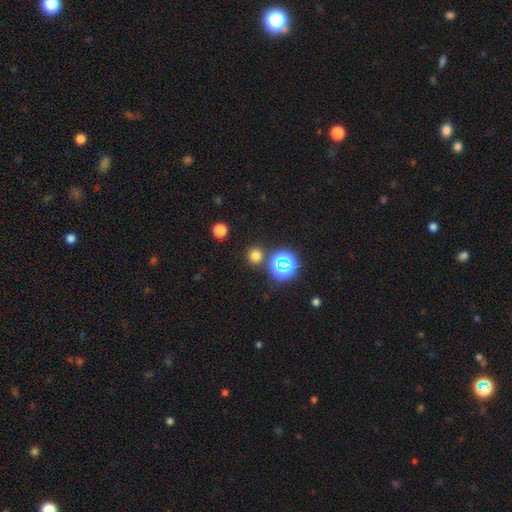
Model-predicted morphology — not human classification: Q: Smooth or featured?
A: smooth (69%); runner-up: star or artifact (26%)
Q: How rounded?
A: round (91%); runner-up: in between (8%)
Q: Merging?
A: none (85%); runner-up: minor disturbance (7%)